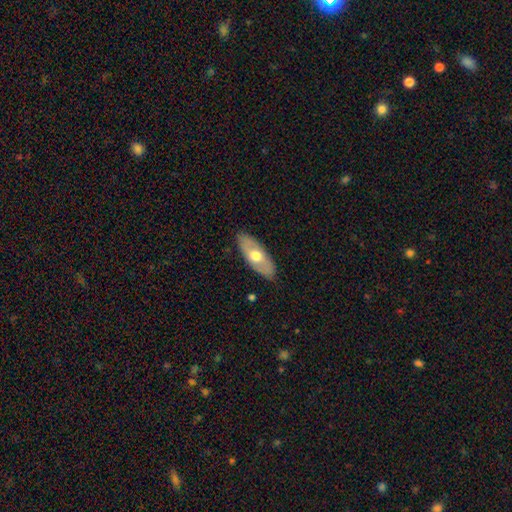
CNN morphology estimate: Smooth or featured? smooth (53%)
How rounded? in between (82%)
Merging? none (85%)